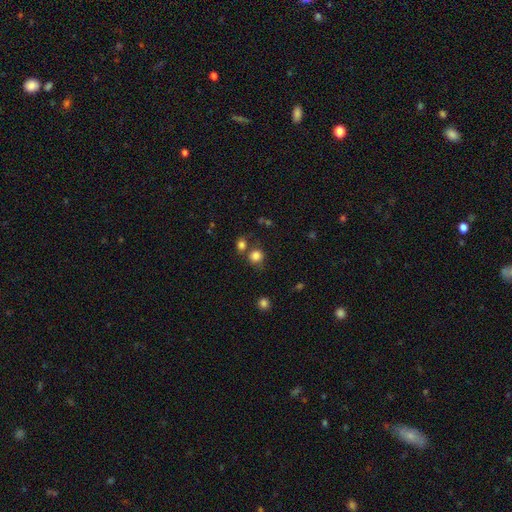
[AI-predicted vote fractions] smooth_or_featured: smooth (p=0.83) [alt: star or artifact p=0.12]
how_rounded: round (p=0.83) [alt: in between p=0.17]
merging: none (p=0.66) [alt: merger p=0.18]